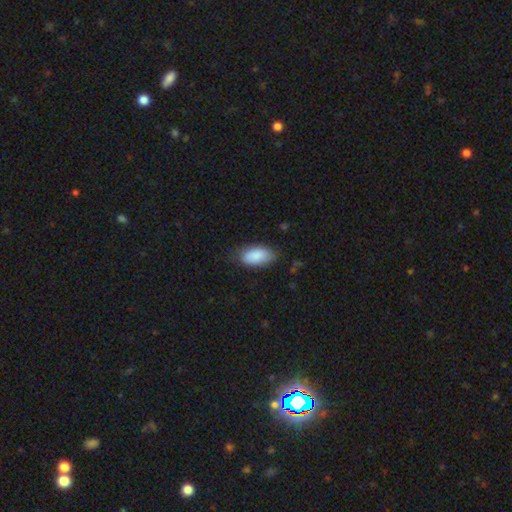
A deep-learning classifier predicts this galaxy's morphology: Smooth or featured?
  - smooth: 88% *
  - featured or disk: 6%
  - star or artifact: 6%
How rounded?
  - in between: 93% *
  - cigar-shaped: 4%
  - round: 3%
Merging?
  - none: 77% *
  - minor disturbance: 18%
  - major disturbance: 4%
  - merger: 1%